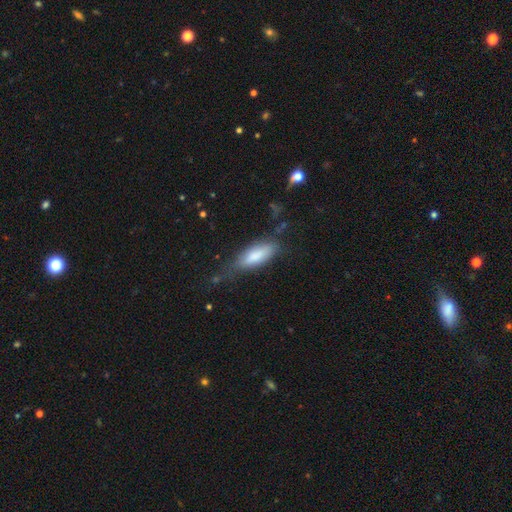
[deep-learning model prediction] This is likely a smooth galaxy (77%). How rounded: likely in between (65%). Merging: possibly none (57%).